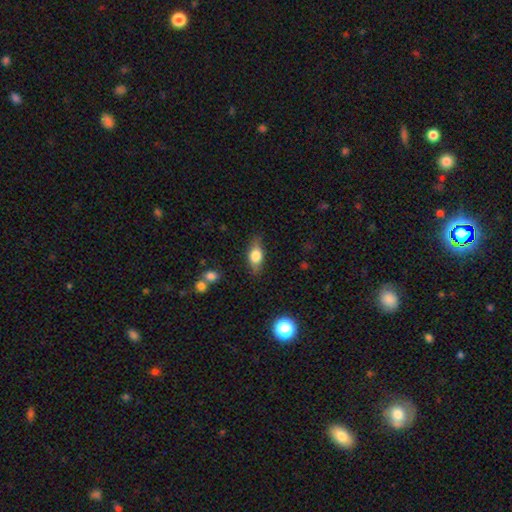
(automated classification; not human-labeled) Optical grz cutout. It shows a smooth galaxy with no disk features (72%) that is in between round and cigar-shaped (79%). Merging: none (79%).